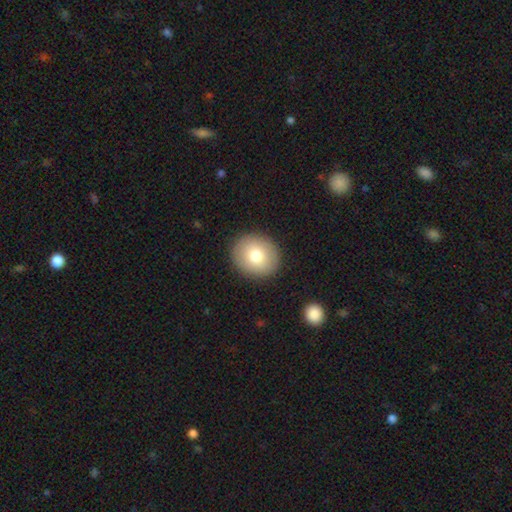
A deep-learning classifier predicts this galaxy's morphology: Overall: smooth (78%). How rounded: round (78%). Merging: none (91%).